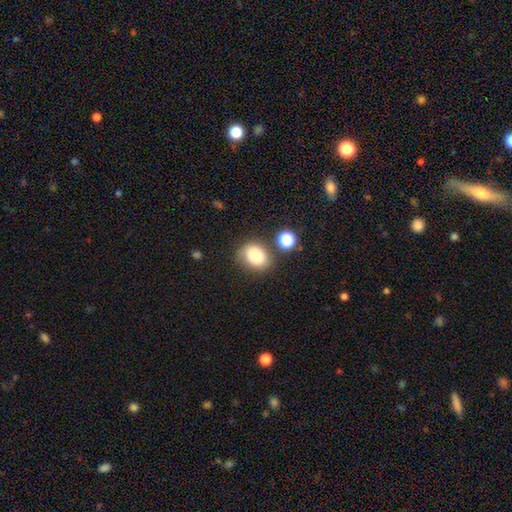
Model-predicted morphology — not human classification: This is clearly a smooth galaxy (81%). How rounded: possibly round (51%). Merging: likely none (71%).